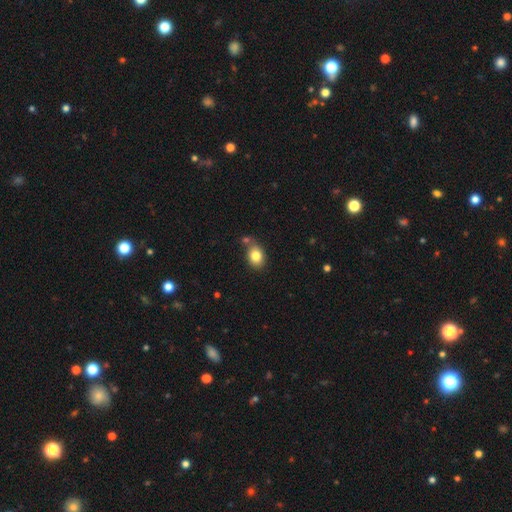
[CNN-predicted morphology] The model was most divided on "how rounded": in between: 67%, round: 32%, cigar-shaped: 1%. More confident: smooth or featured — smooth (82%); merging — none (66%).